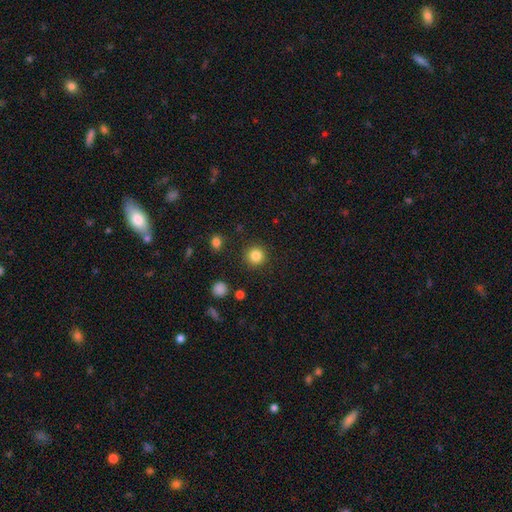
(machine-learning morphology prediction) Overall: smooth (84%). How rounded: round (95%). Merging: none (90%).